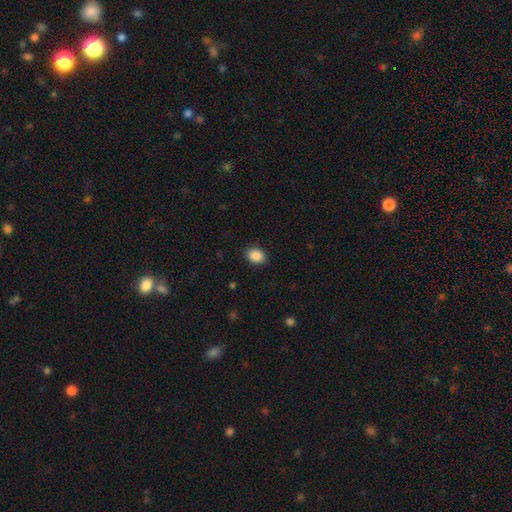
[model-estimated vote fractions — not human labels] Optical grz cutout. It shows a smooth galaxy with no disk features (89%) that is in between round and cigar-shaped (56%). Merging: none (89%).